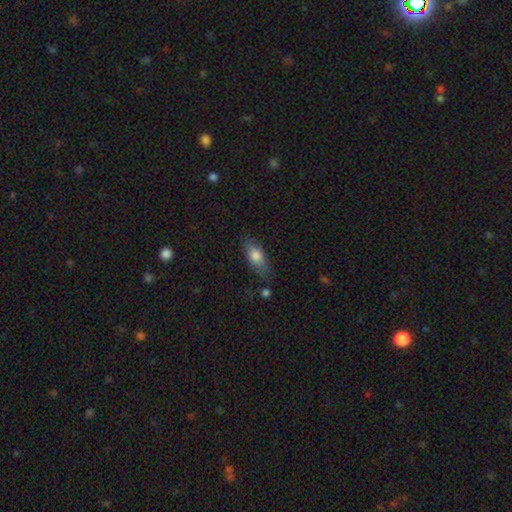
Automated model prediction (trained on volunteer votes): Smooth or featured? Predicted: smooth (p=0.77). How rounded? Predicted: in between (p=0.80). Merging? Predicted: none (p=0.71).